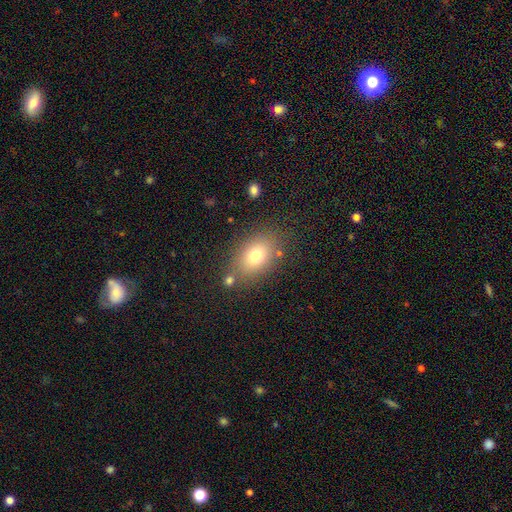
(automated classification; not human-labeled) Overall: smooth (74%). How rounded: in between (80%). Merging: none (77%).